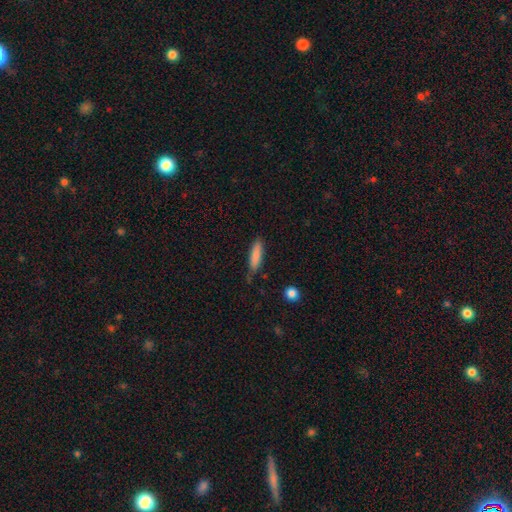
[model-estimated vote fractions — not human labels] Smooth or featured?
  - smooth: 84% *
  - featured or disk: 9%
  - star or artifact: 6%
How rounded?
  - cigar-shaped: 69% *
  - in between: 29%
  - round: 2%
Merging?
  - none: 73% *
  - minor disturbance: 20%
  - major disturbance: 4%
  - merger: 3%